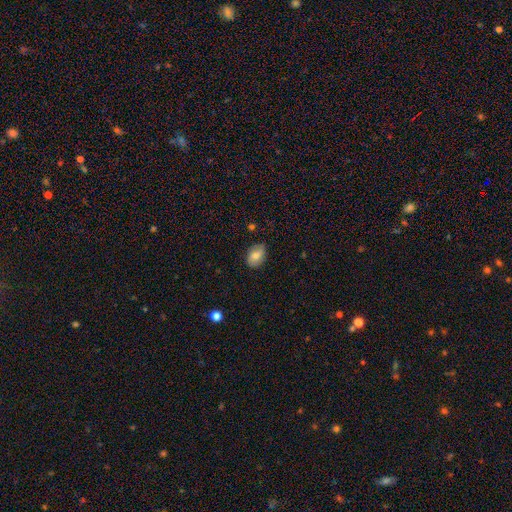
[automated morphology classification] Smooth or featured? smooth (74%)
How rounded? in between (81%)
Merging? none (84%)